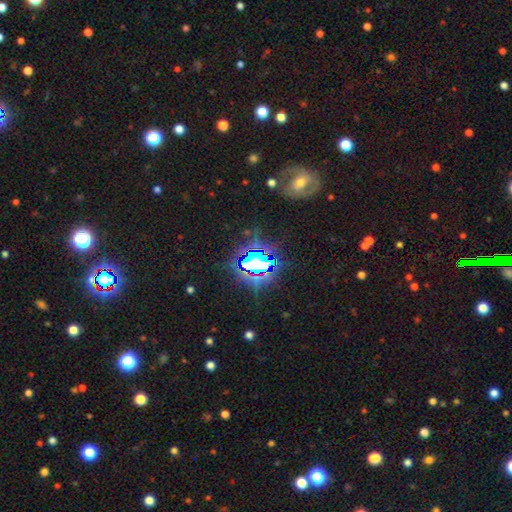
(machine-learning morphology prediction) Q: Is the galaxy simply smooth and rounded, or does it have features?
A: star or artifact — 72%.